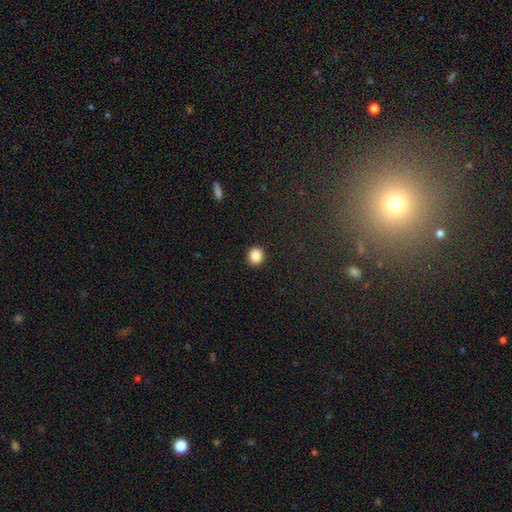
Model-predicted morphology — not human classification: type=smooth (87%); roundness=round (87%); merging=none (91%).